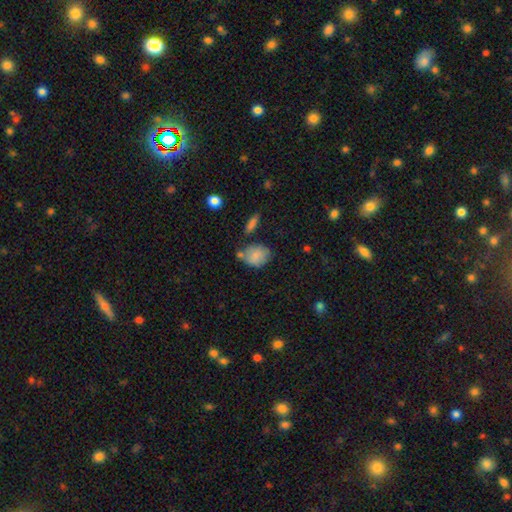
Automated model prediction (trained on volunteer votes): A smooth galaxy with no disk features (82%) that is in between round and cigar-shaped (61%).

Vote fractions:
- Smooth or featured? smooth: 82% / featured or disk: 10% / star or artifact: 8%
- How rounded? in between: 61% / round: 37% / cigar-shaped: 1%
- Merging? none: 57% / minor disturbance: 23% / merger: 14% / major disturbance: 6%